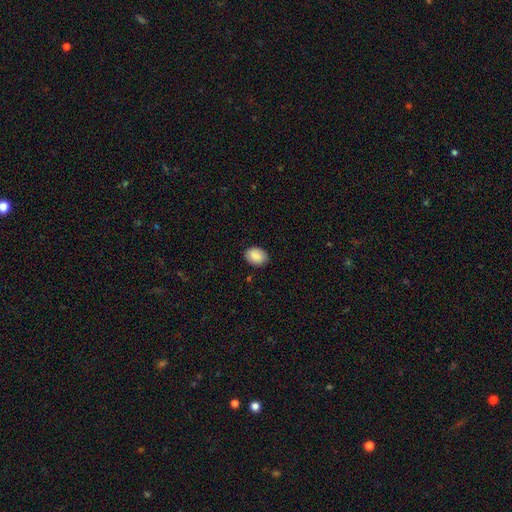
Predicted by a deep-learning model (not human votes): Q: Smooth or featured?
A: smooth (88%); runner-up: star or artifact (7%)
Q: How rounded?
A: in between (67%); runner-up: round (32%)
Q: Merging?
A: none (85%); runner-up: minor disturbance (12%)